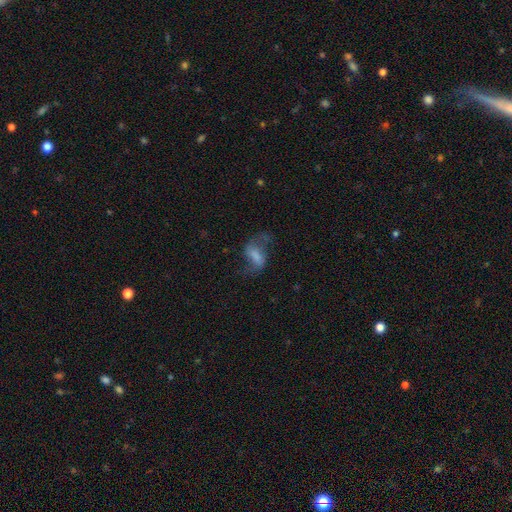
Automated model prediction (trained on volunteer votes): featured or disk 58%, smooth 31%, star or artifact 11%. Down the decision tree: edge-on disk — no (96%); bar — weak (43%); spiral arms — yes (81%); bulge size — none (40%); merging — none (48%).